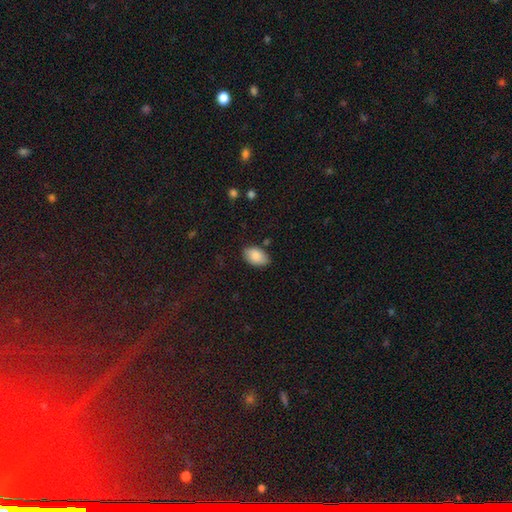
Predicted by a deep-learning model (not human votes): Overall: smooth (86%). How rounded: in between (90%). Merging: none (76%).